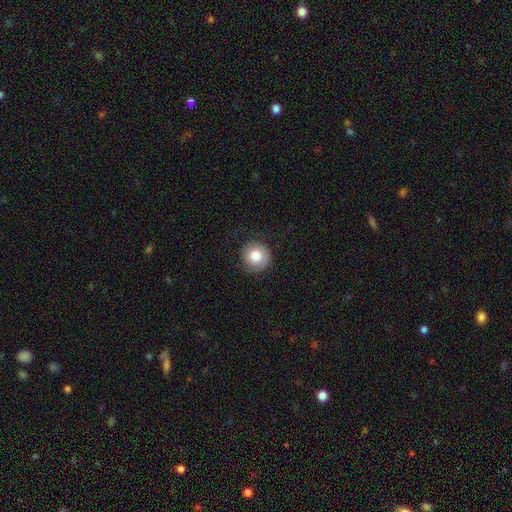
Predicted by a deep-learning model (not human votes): smooth 79%, featured or disk 12%, star or artifact 8%. Down the decision tree: how rounded — round (94%); merging — none (79%).